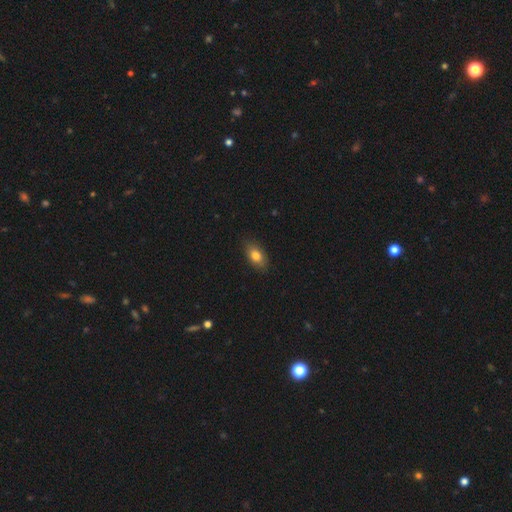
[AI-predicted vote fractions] smooth-or-featured: smooth: 81% | featured or disk: 11% | star or artifact: 8%
  how-rounded: in between: 88% | round: 8% | cigar-shaped: 4%
  merging: none: 85% | minor disturbance: 11% | major disturbance: 2% | merger: 1%